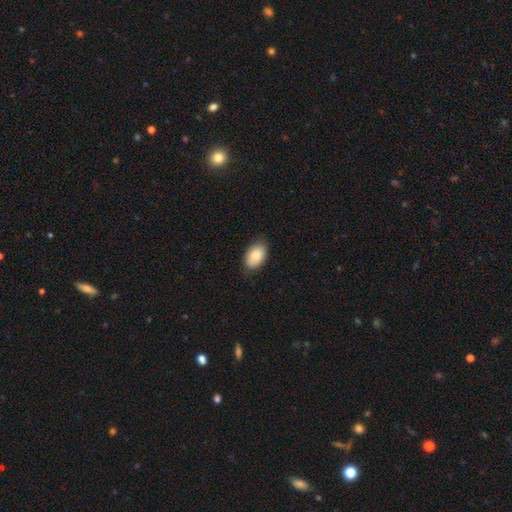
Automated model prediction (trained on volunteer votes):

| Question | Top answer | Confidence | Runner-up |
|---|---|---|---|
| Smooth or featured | smooth | 83% | featured or disk (10%) |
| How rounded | in between | 91% | round (7%) |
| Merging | none | 84% | minor disturbance (13%) |